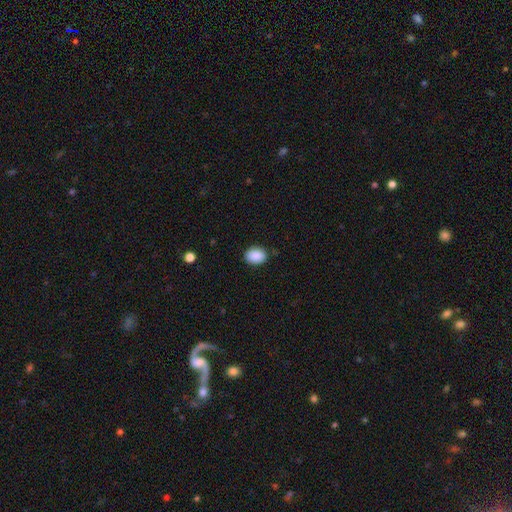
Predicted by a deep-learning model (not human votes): This is clearly a smooth galaxy (90%). How rounded: likely in between (67%). Merging: clearly none (86%).